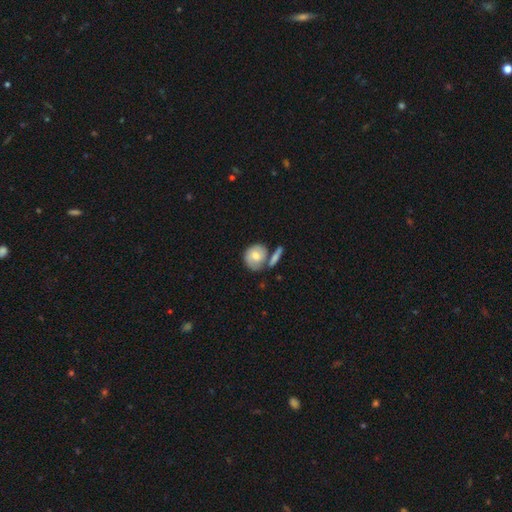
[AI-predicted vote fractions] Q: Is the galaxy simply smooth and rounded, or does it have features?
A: smooth — 57%.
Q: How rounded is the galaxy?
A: round — 72%.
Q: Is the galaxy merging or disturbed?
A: none — 50%.